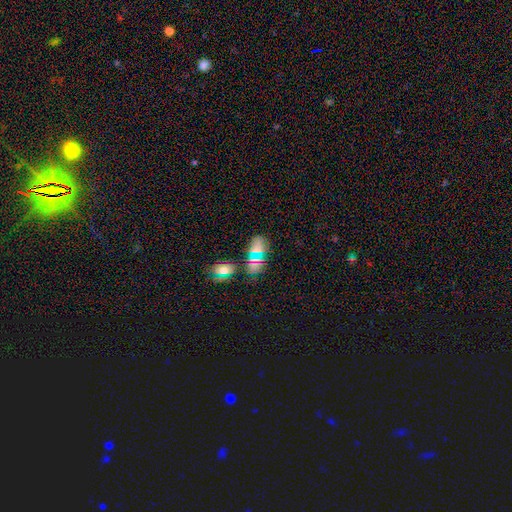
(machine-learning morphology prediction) smooth-or-featured: smooth: 63% | star or artifact: 27% | featured or disk: 10%
  how-rounded: in between: 87% | round: 9% | cigar-shaped: 4%
  merging: none: 73% | minor disturbance: 15% | merger: 6% | major disturbance: 5%